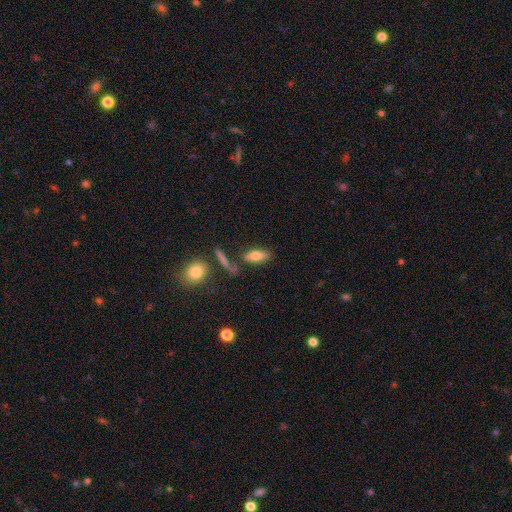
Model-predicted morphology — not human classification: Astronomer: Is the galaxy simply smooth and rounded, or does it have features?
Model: smooth — 72%.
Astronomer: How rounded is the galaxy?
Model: in between — 74%.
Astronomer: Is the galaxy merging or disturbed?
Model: none — 68%.